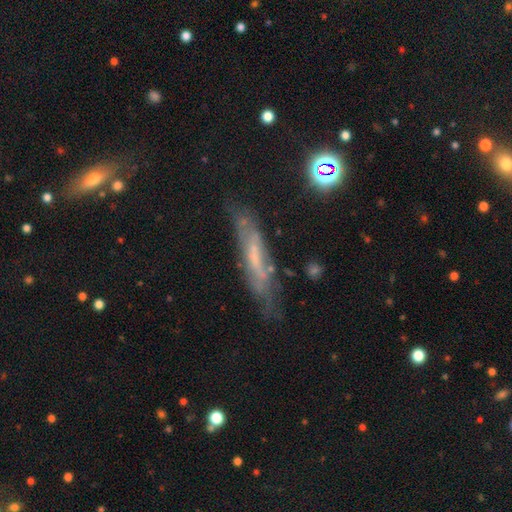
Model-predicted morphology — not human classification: featured or disk 58%, smooth 30%, star or artifact 12%. Down the decision tree: edge-on disk — yes (58%); merging — none (67%).